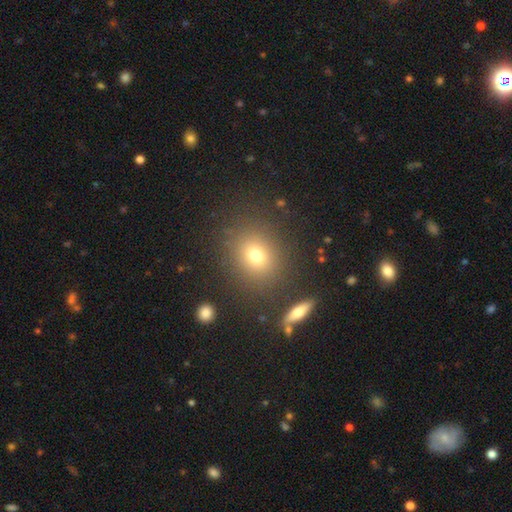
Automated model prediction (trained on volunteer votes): Smooth or featured? smooth (72%)
How rounded? round (68%)
Merging? none (85%)